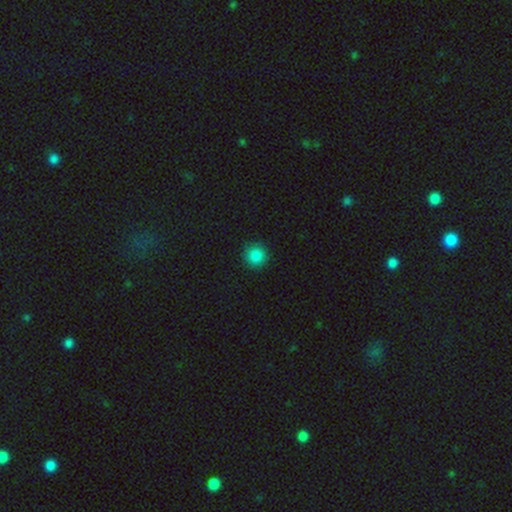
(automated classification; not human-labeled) Morphology: type=smooth (86%); roundness=round (95%); merging=none (91%).